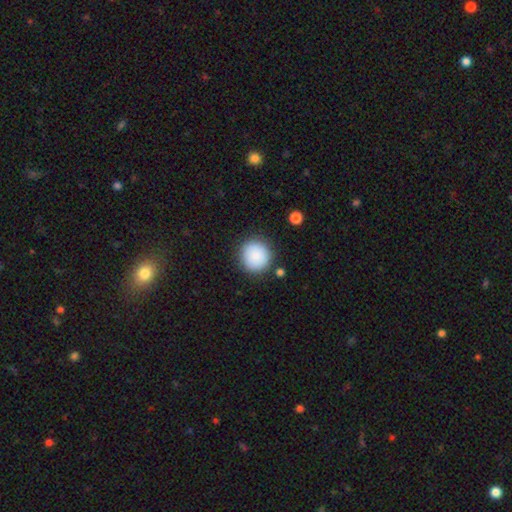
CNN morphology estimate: Q: Smooth or featured?
A: smooth (87%); runner-up: star or artifact (7%)
Q: How rounded?
A: round (93%); runner-up: in between (6%)
Q: Merging?
A: none (86%); runner-up: minor disturbance (8%)